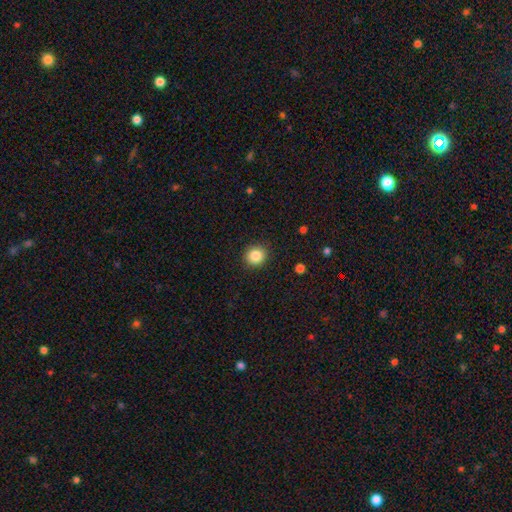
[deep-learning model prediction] Smooth or featured: smooth — 85% (star or artifact — 10%)
How rounded: round — 87% (in between — 12%)
Merging: none — 90% (minor disturbance — 6%)